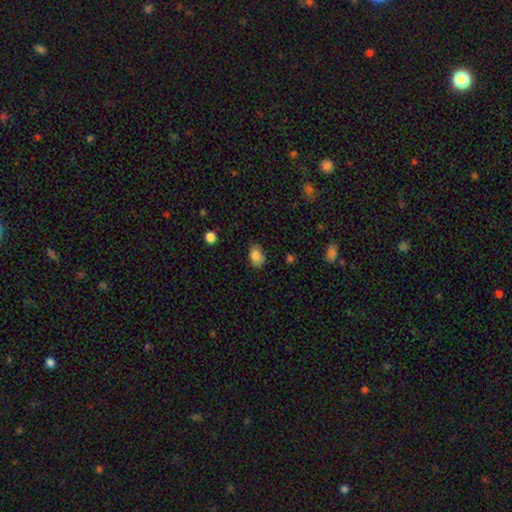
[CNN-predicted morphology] This is clearly a smooth galaxy (84%). How rounded: clearly in between (81%). Merging: likely none (69%).